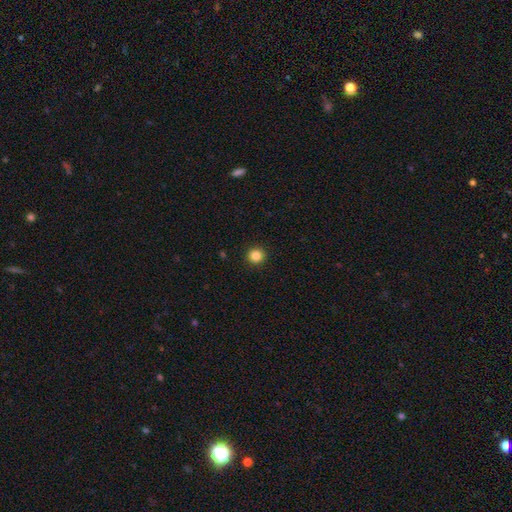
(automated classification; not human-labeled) Smooth or featured: smooth — 86% (star or artifact — 11%)
How rounded: round — 95% (in between — 4%)
Merging: none — 93% (minor disturbance — 4%)